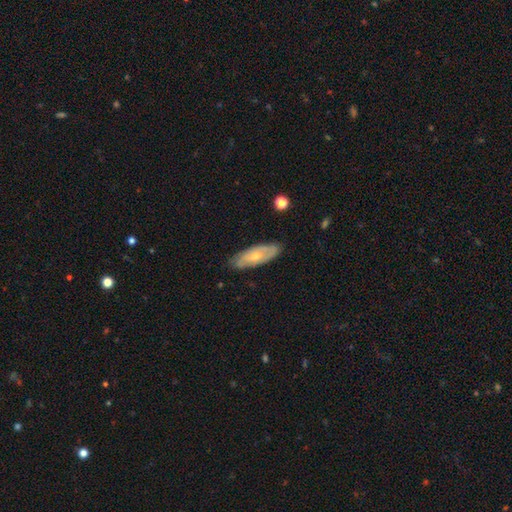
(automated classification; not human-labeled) A featured or disk galaxy (52%).

Vote fractions:
- Smooth or featured? featured or disk: 52% / smooth: 42% / star or artifact: 6%
- Edge-on disk? no: 79% / yes: 21%
- Merging? none: 80% / minor disturbance: 16% / major disturbance: 3% / merger: 1%